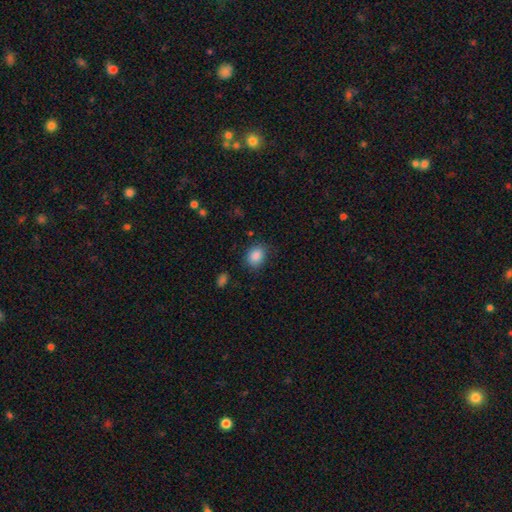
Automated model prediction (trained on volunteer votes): A smooth galaxy with no disk features (87%) that is in between round and cigar-shaped (50%).

Vote fractions:
- Smooth or featured? smooth: 87% / star or artifact: 9% / featured or disk: 4%
- How rounded? in between: 50% / round: 49% / cigar-shaped: 1%
- Merging? none: 82% / minor disturbance: 13% / major disturbance: 4% / merger: 2%